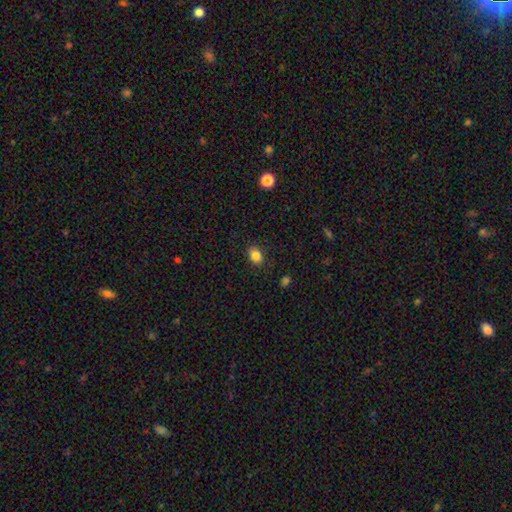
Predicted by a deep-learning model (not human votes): A smooth galaxy with no disk features (84%) that is in between round and cigar-shaped (75%). Merging: none (86%).